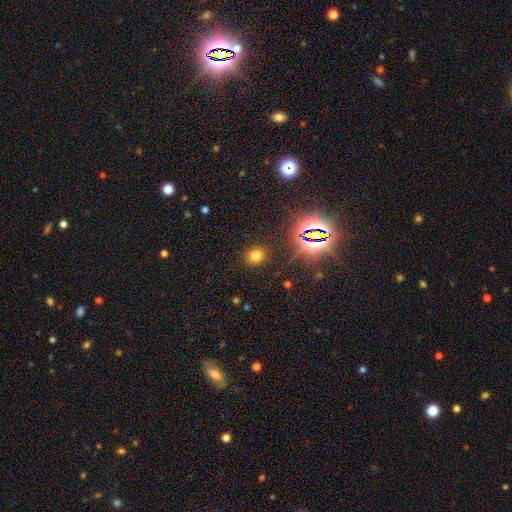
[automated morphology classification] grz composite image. It shows a smooth galaxy with no disk features (68%) that is round (75%). Merging: none (87%).